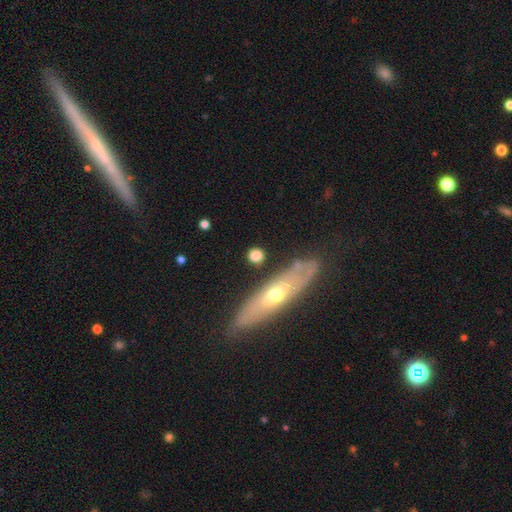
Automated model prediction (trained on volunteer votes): A smooth galaxy with no disk features (73%) that is round (71%).

Vote fractions:
- Smooth or featured? smooth: 73% / featured or disk: 20% / star or artifact: 8%
- How rounded? round: 71% / in between: 17% / cigar-shaped: 11%
- Merging? none: 81% / minor disturbance: 10% / merger: 5% / major disturbance: 4%